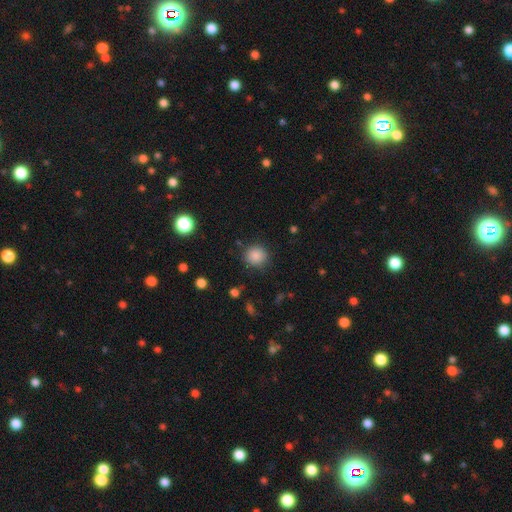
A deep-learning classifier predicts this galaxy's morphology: smooth-or-featured: smooth: 85% | star or artifact: 10% | featured or disk: 4%
  how-rounded: round: 91% | in between: 8% | cigar-shaped: 1%
  merging: none: 86% | minor disturbance: 9% | major disturbance: 3% | merger: 2%